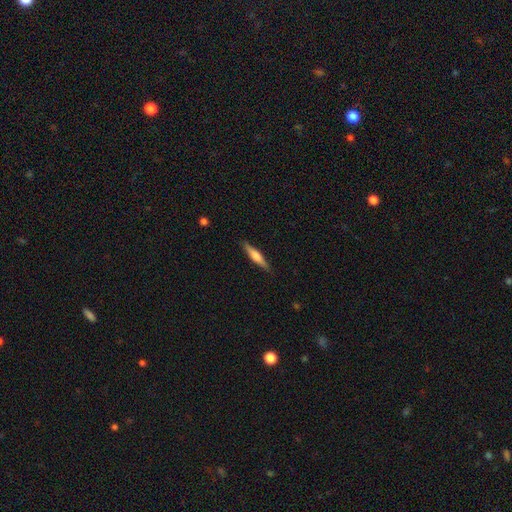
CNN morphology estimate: Q: Smooth or featured?
A: smooth (48%); runner-up: featured or disk (47%)
Q: Merging?
A: none (89%); runner-up: minor disturbance (8%)